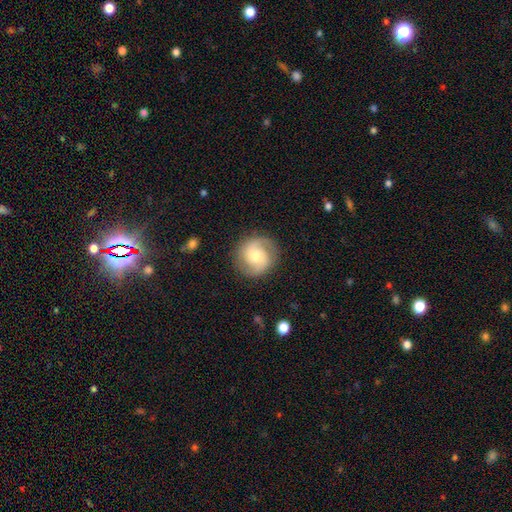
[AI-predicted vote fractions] A featured or disk galaxy (69%) with no bar (53%), 2 (87%) medium (48%) spiral arms (92%) and a moderate central bulge (65%).

Vote fractions:
- Smooth or featured? featured or disk: 69% / smooth: 24% / star or artifact: 7%
- Edge-on disk? no: 98% / yes: 2%
- Bar? no: 53% / weak: 38% / strong: 9%
- Spiral arms? yes: 92% / no: 8%
- Spiral winding? medium: 48% / tight: 30% / loose: 22%
- Spiral arm count? 2: 87% / can't tell: 5% / 1: 3% / 3: 2% / 4: 1% / more than 4: 1%
- Bulge size? moderate: 65% / small: 26% / large: 6% / none: 1% / dominant: 1%
- Merging? none: 85% / minor disturbance: 10% / major disturbance: 4% / merger: 1%